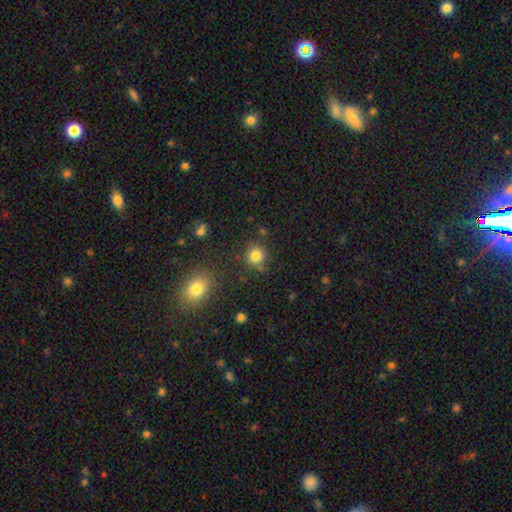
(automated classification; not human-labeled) Q: Smooth or featured?
A: smooth (81%); runner-up: star or artifact (13%)
Q: How rounded?
A: round (91%); runner-up: in between (8%)
Q: Merging?
A: none (81%); runner-up: minor disturbance (10%)